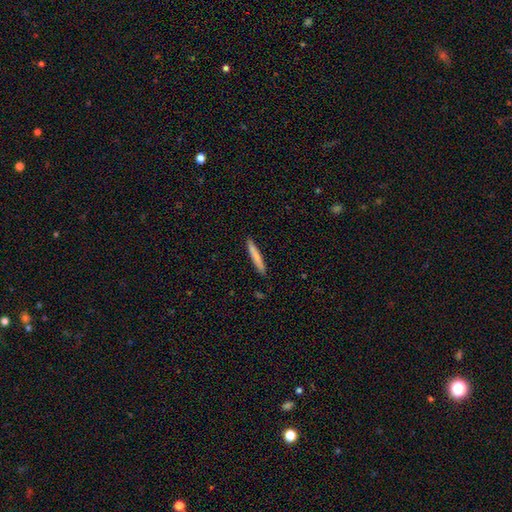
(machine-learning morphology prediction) This appears to be a smooth galaxy with no disk features (77%) that is cigar-shaped (95%). Merging: none (90%).